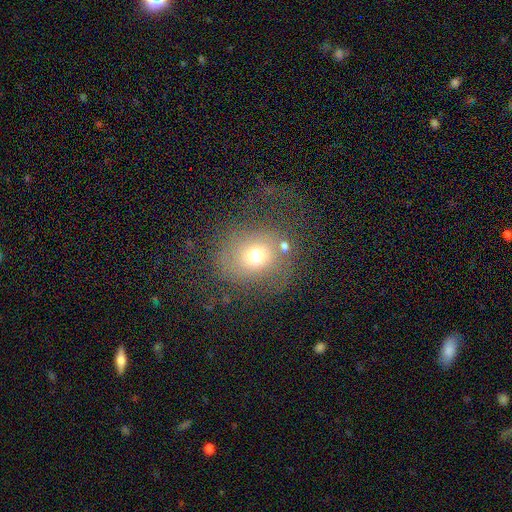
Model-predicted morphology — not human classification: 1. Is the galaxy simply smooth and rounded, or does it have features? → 62% smooth, 24% featured or disk, 14% star or artifact.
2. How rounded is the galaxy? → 65% round, 34% in between, 1% cigar-shaped.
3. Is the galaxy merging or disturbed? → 49% none, 26% major disturbance, 19% minor disturbance, 6% merger.